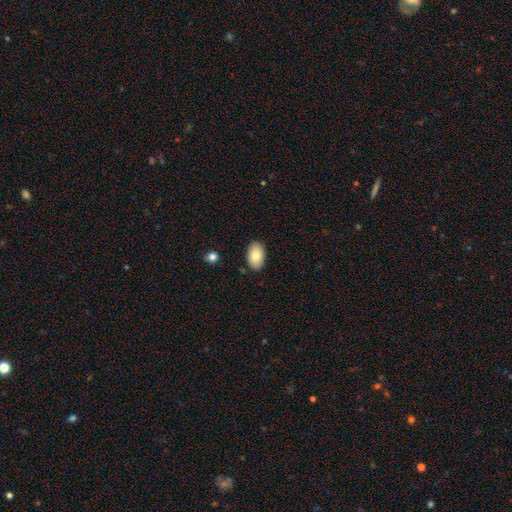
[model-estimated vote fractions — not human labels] Smooth or featured?
  - smooth: 82% *
  - featured or disk: 11%
  - star or artifact: 7%
How rounded?
  - in between: 93% *
  - round: 6%
  - cigar-shaped: 1%
Merging?
  - none: 87% *
  - minor disturbance: 9%
  - major disturbance: 2%
  - merger: 1%